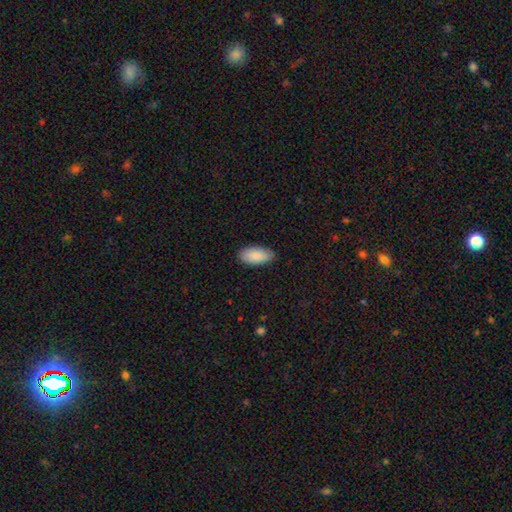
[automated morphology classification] Overall: smooth (88%). How rounded: in between (92%). Merging: none (84%).